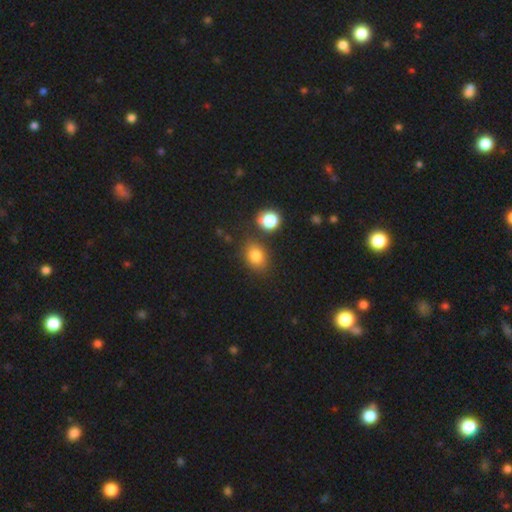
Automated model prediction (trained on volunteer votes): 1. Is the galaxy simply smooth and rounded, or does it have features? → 80% smooth, 12% star or artifact, 7% featured or disk.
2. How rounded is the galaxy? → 57% in between, 42% round, 1% cigar-shaped.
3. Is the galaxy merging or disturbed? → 73% none, 13% minor disturbance, 10% merger, 4% major disturbance.